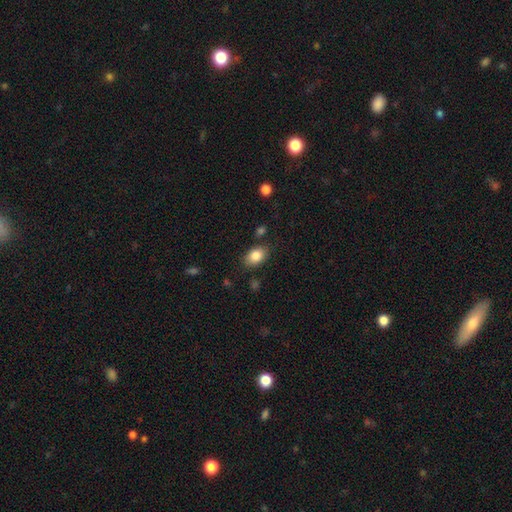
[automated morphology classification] A smooth galaxy with no disk features (84%) that is in between round and cigar-shaped (85%).

Vote fractions:
- Smooth or featured? smooth: 84% / star or artifact: 8% / featured or disk: 8%
- How rounded? in between: 85% / round: 14% / cigar-shaped: 1%
- Merging? none: 82% / minor disturbance: 12% / major disturbance: 3% / merger: 3%